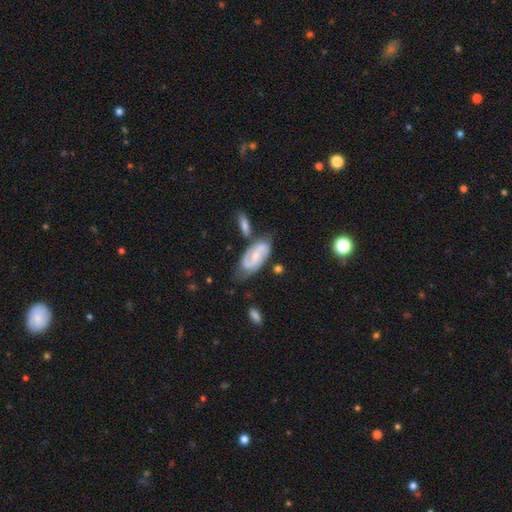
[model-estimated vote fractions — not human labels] The model was most divided on "bar": weak: 43%, no: 42%, strong: 15%. Remaining: spiral arms — yes (95%); edge-on disk — no (95%); spiral arm count — 2 (88%); smooth or featured — featured or disk (80%); merging — none (62%); bulge size — small (56%); spiral winding — medium (49%).